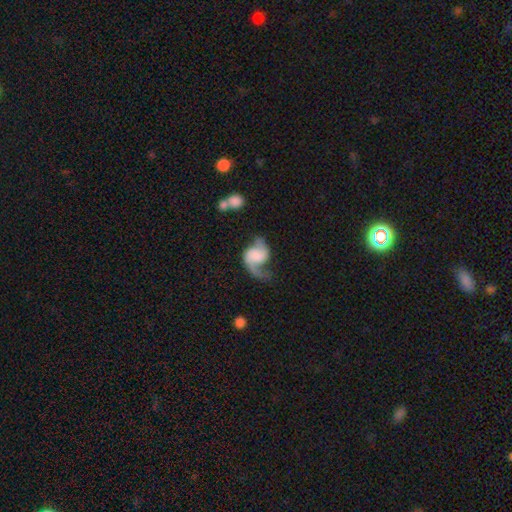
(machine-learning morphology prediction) Overall: featured or disk (82%). Edge-on disk: no (98%). Bar: no (59%; weak 32%). Spiral arms: yes (95%). Spiral arm count: 2 (81%). Spiral winding: loose (60%; medium 32%). Bulge size: none (47%; large 20%). Merging: none (51%; major disturbance 23%).